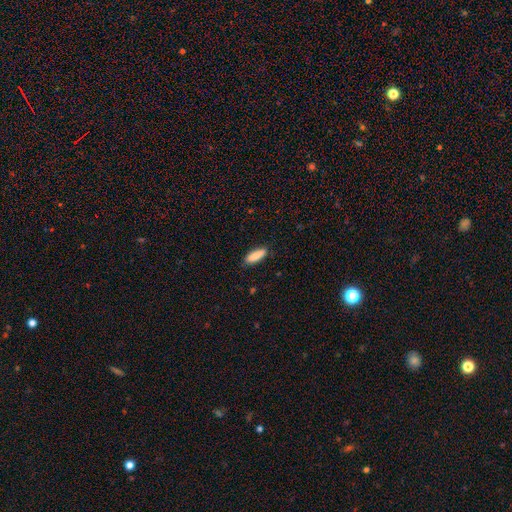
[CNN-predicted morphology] This is clearly a smooth galaxy (88%). How rounded: possibly in between (55%). Merging: clearly none (86%).